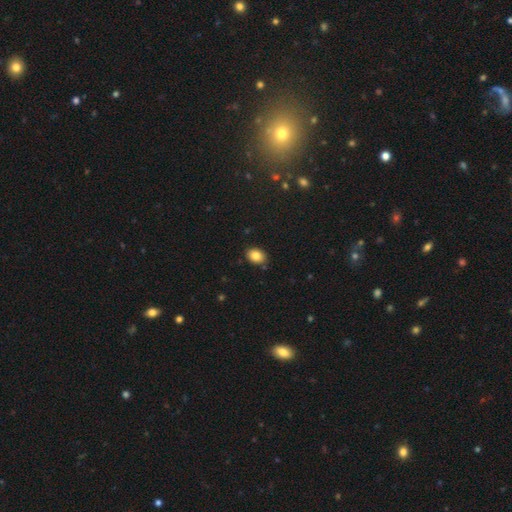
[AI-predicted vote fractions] This is clearly a smooth galaxy (84%). How rounded: likely in between (75%). Merging: clearly none (86%).